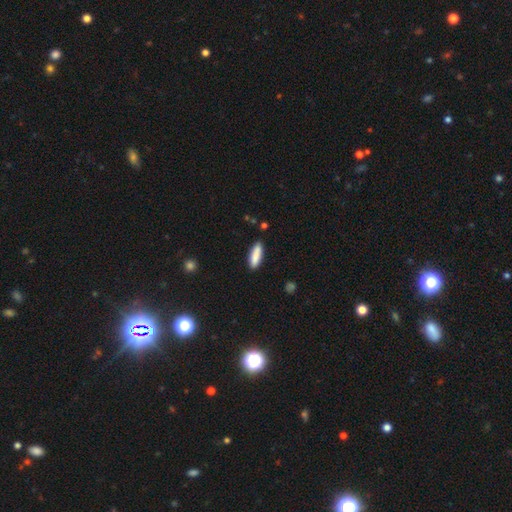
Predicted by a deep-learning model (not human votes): This is clearly a smooth galaxy (87%). How rounded: possibly cigar-shaped (57%). Merging: clearly none (86%).